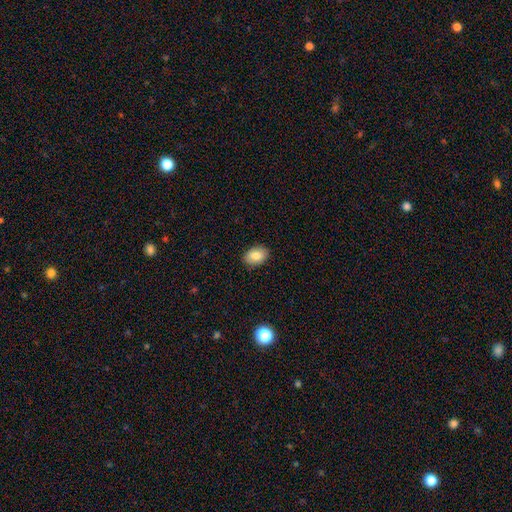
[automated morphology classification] The model was most divided on "how rounded": in between: 82%, round: 17%, cigar-shaped: 1%. More confident: merging — none (89%); smooth or featured — smooth (84%).